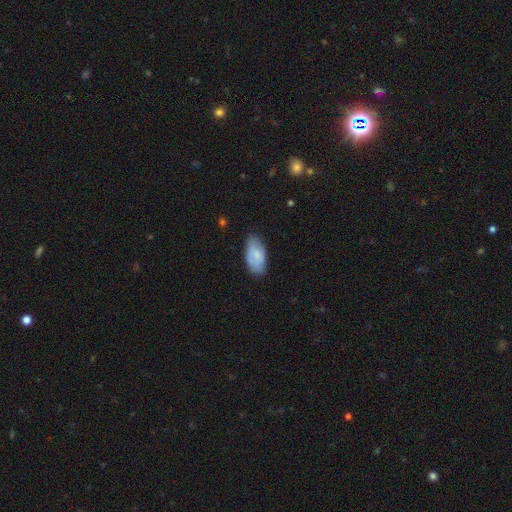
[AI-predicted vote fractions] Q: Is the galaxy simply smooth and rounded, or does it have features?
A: smooth — 75%.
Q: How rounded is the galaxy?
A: in between — 94%.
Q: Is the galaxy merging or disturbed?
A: none — 74%.